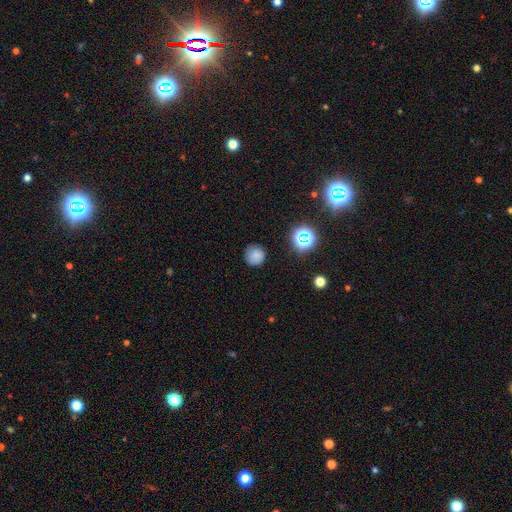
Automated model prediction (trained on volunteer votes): A smooth galaxy with no disk features (76%) that is round (90%).

Vote fractions:
- Smooth or featured? smooth: 76% / star or artifact: 16% / featured or disk: 8%
- How rounded? round: 90% / in between: 9% / cigar-shaped: 1%
- Merging? none: 79% / minor disturbance: 16% / major disturbance: 4% / merger: 1%